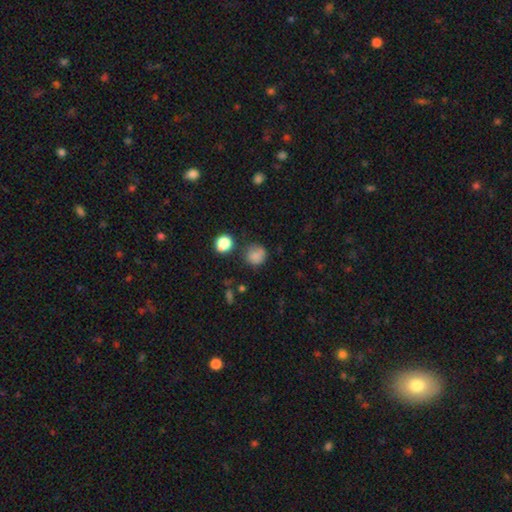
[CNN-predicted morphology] Smooth or featured? Predicted: smooth (p=0.80). How rounded? Predicted: round (p=0.85). Merging? Predicted: none (p=0.68).